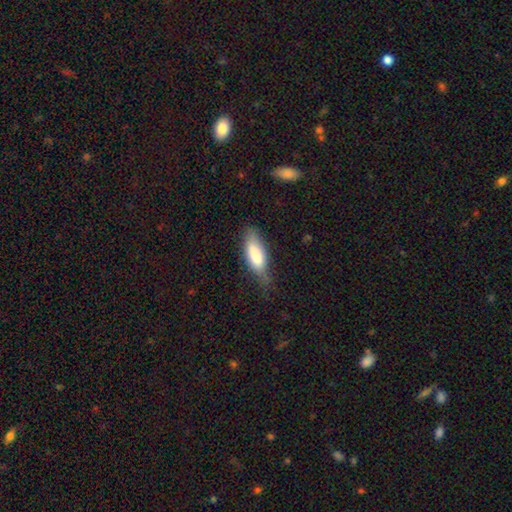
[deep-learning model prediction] This is likely a smooth galaxy (75%). How rounded: likely in between (63%). Merging: possibly none (55%).